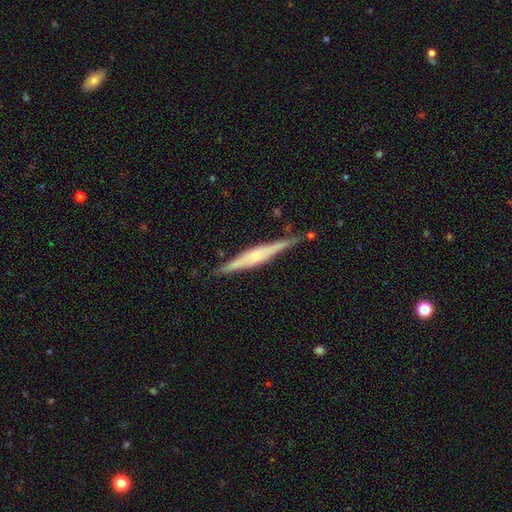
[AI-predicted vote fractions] A featured or disk galaxy (74%) viewed edge-on (97%) with a rounded central bulge (52%). Merging: none (84%).